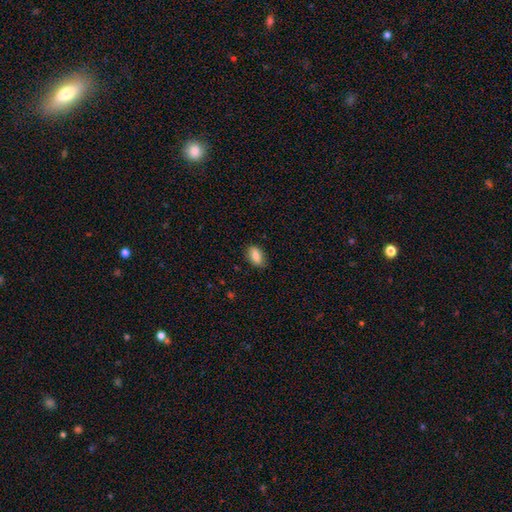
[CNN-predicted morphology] Overall: smooth (84%). How rounded: in between (88%). Merging: none (81%).